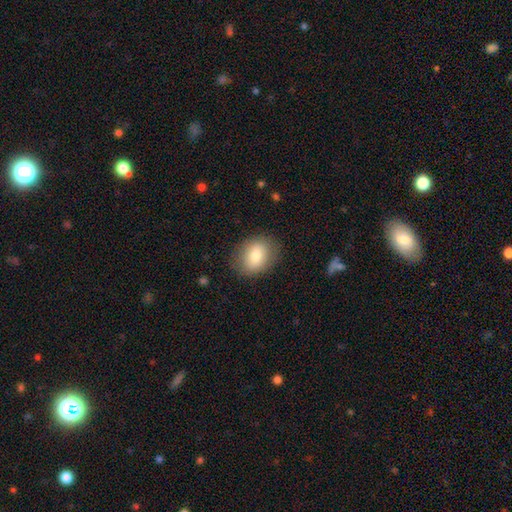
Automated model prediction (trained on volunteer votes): A smooth galaxy with no disk features (80%) that is in between round and cigar-shaped (61%).

Vote fractions:
- Smooth or featured? smooth: 80% / featured or disk: 13% / star or artifact: 8%
- How rounded? in between: 61% / round: 38% / cigar-shaped: 1%
- Merging? none: 83% / minor disturbance: 12% / major disturbance: 4% / merger: 1%